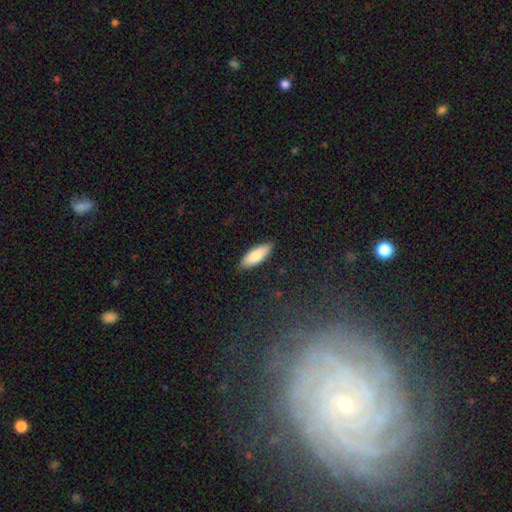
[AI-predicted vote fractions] smooth_or_featured: smooth (p=0.84) [alt: featured or disk p=0.11]
how_rounded: in between (p=0.66) [alt: cigar-shaped p=0.32]
merging: none (p=0.88) [alt: minor disturbance p=0.09]